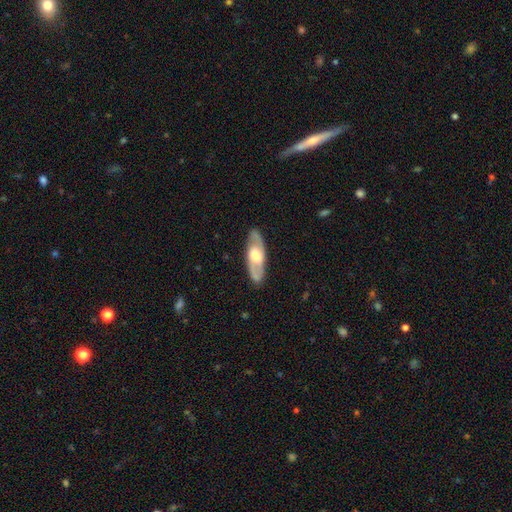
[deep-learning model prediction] The model was most divided on "smooth or featured": featured or disk: 65%, smooth: 30%, star or artifact: 5%. More confident: merging — none (86%); edge-on disk — no (74%).